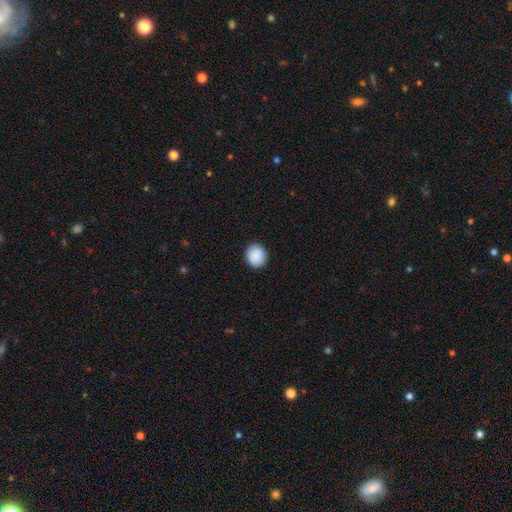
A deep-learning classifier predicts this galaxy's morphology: This is clearly a smooth galaxy (90%). How rounded: clearly round (82%). Merging: clearly none (90%).